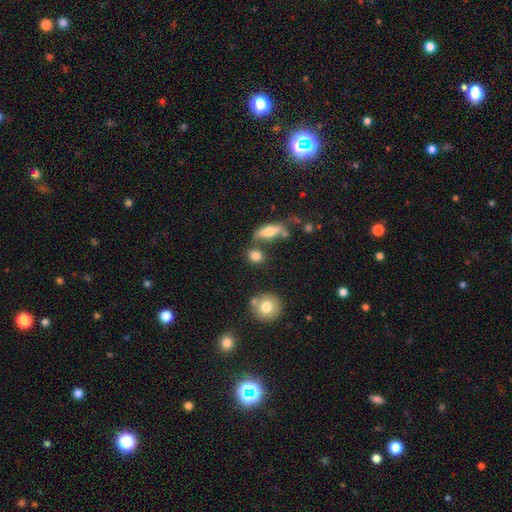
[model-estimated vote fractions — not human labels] A smooth galaxy with no disk features (81%) that is round (53%). Merging: none (62%).